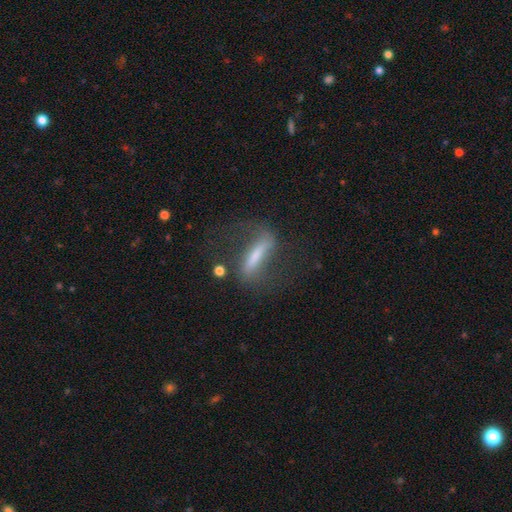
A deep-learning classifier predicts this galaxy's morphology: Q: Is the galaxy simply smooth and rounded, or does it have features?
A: featured or disk — 55%.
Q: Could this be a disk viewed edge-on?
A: no — 59%.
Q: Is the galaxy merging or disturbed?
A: none — 51%.